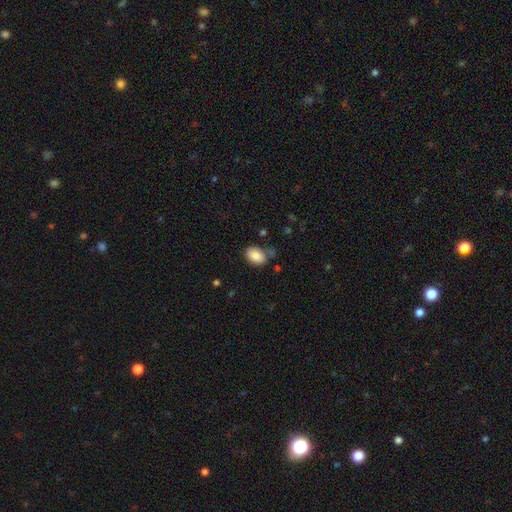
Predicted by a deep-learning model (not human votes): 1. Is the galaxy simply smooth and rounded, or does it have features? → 86% smooth, 8% star or artifact, 6% featured or disk.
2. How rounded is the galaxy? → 86% in between, 13% round, 1% cigar-shaped.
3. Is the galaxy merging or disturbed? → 63% none, 24% minor disturbance, 7% major disturbance, 6% merger.